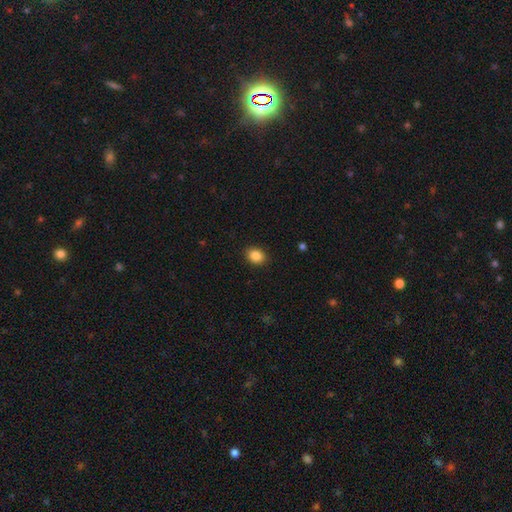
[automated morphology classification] A smooth galaxy with no disk features (87%) that is in between round and cigar-shaped (55%).

Vote fractions:
- Smooth or featured? smooth: 87% / star or artifact: 9% / featured or disk: 4%
- How rounded? in between: 55% / round: 44% / cigar-shaped: 1%
- Merging? none: 90% / minor disturbance: 7% / major disturbance: 2% / merger: 1%